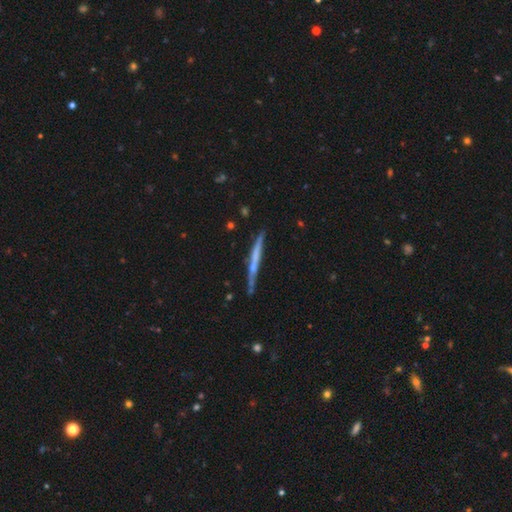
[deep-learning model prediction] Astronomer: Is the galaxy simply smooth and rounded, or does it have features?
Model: featured or disk — 58% (runner-up: smooth, 36%).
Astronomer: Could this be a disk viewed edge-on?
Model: yes — 97%.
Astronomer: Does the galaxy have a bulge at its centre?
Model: none — 72%.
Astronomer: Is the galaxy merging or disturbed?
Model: none — 81%.